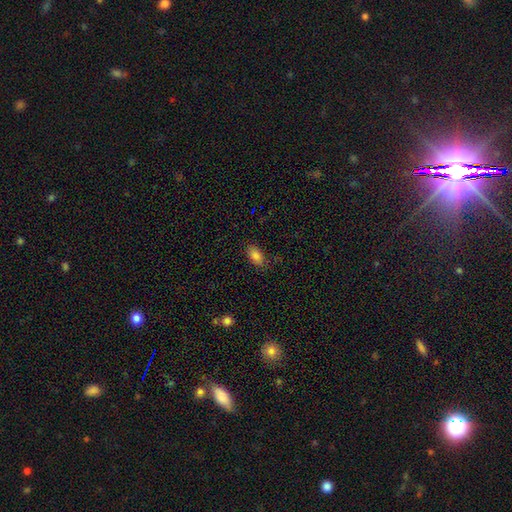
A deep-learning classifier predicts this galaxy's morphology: Smooth or featured? Predicted: smooth (p=0.84). How rounded? Predicted: in between (p=0.92). Merging? Predicted: none (p=0.80).